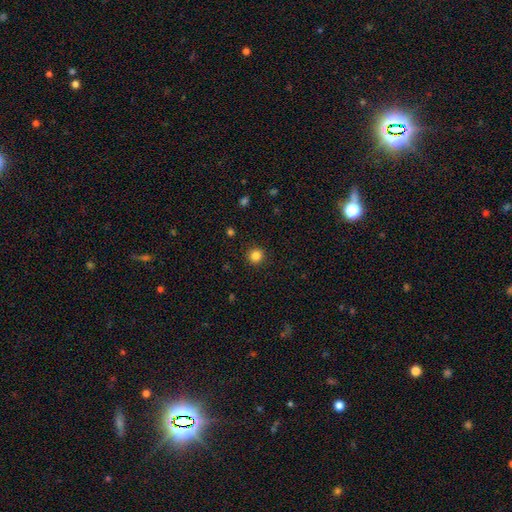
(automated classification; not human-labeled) smooth_or_featured: smooth (p=0.84) [alt: star or artifact p=0.12]
how_rounded: round (p=0.95) [alt: in between p=0.04]
merging: none (p=0.92) [alt: minor disturbance p=0.05]